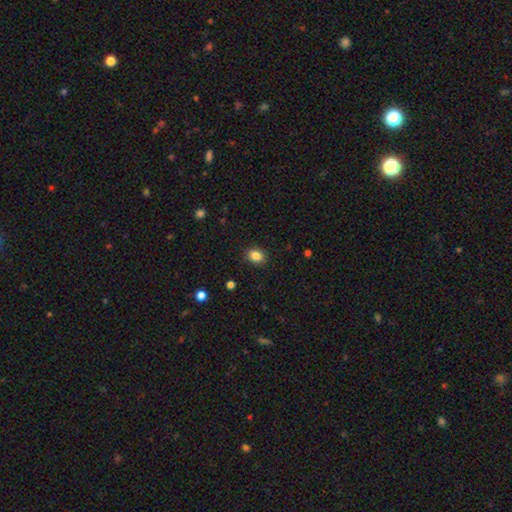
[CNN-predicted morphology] Overall: smooth (85%). How rounded: round (53%; in between 47%). Merging: none (88%).